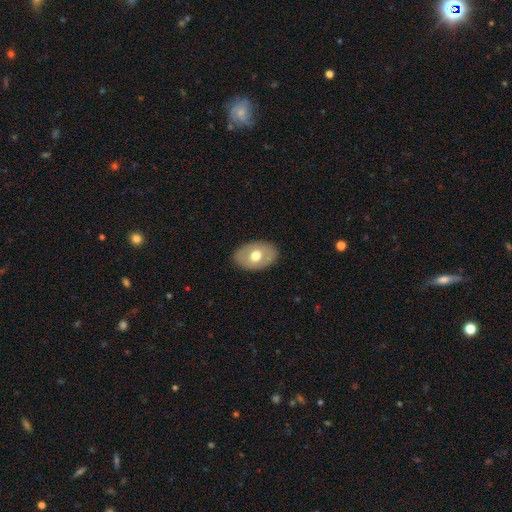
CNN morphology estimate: Smooth or featured?
  - smooth: 59% *
  - featured or disk: 35%
  - star or artifact: 6%
How rounded?
  - in between: 81% *
  - round: 18%
  - cigar-shaped: 1%
Merging?
  - none: 86% *
  - minor disturbance: 10%
  - major disturbance: 3%
  - merger: 1%